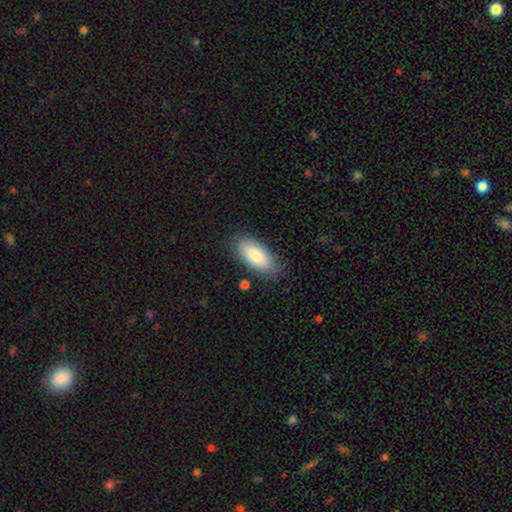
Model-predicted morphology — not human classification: smooth-or-featured: smooth: 81% | featured or disk: 13% | star or artifact: 6%
  how-rounded: in between: 89% | cigar-shaped: 9% | round: 2%
  merging: none: 83% | minor disturbance: 12% | major disturbance: 3% | merger: 2%